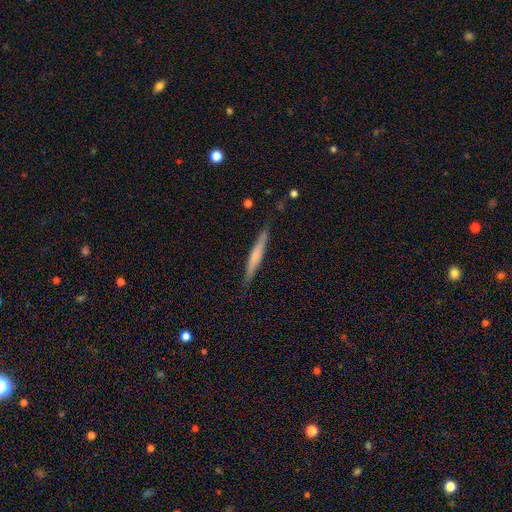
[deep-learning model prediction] A smooth galaxy with no disk features (55%) that is cigar-shaped (96%).

Vote fractions:
- Smooth or featured? smooth: 55% / featured or disk: 40% / star or artifact: 6%
- How rounded? cigar-shaped: 96% / in between: 3% / round: 1%
- Merging? none: 88% / minor disturbance: 9% / major disturbance: 2% / merger: 1%